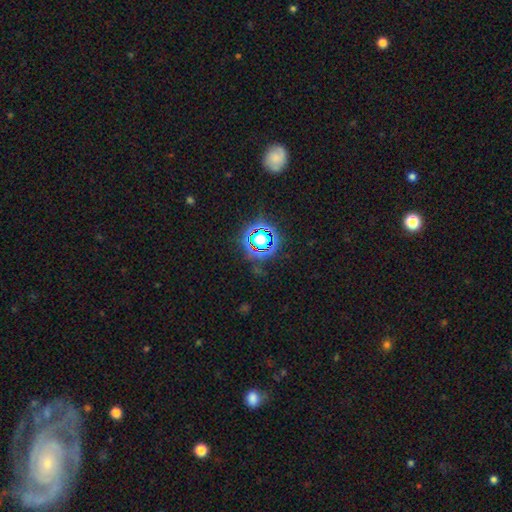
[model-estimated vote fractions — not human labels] A star or artifact, not a galaxy (79%).